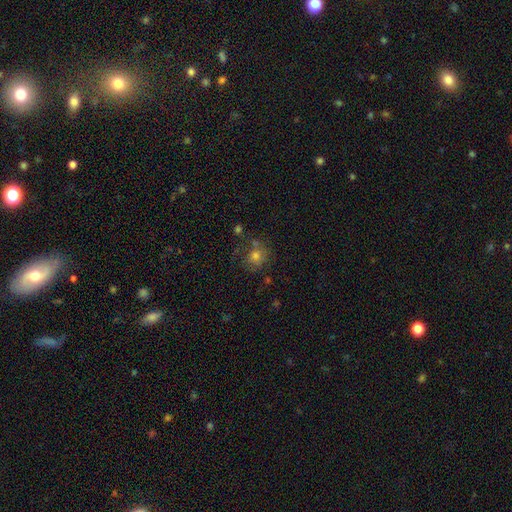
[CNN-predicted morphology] This is likely a smooth galaxy (62%). How rounded: likely round (78%). Merging: likely none (60%).